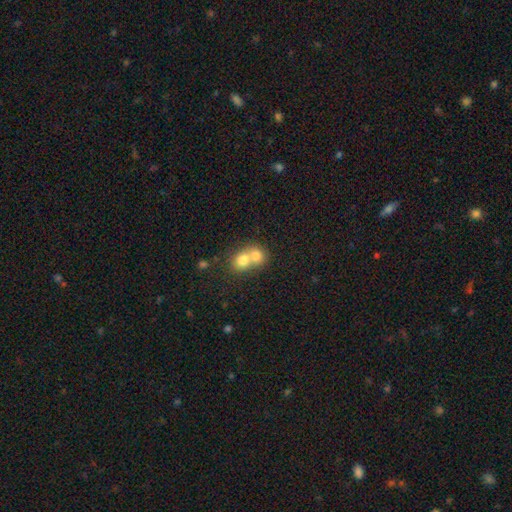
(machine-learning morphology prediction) A smooth galaxy with no disk features (75%) that is round (67%).

Vote fractions:
- Smooth or featured? smooth: 75% / featured or disk: 16% / star or artifact: 9%
- How rounded? round: 67% / in between: 32% / cigar-shaped: 1%
- Merging? merger: 72% / none: 21% / minor disturbance: 4% / major disturbance: 2%